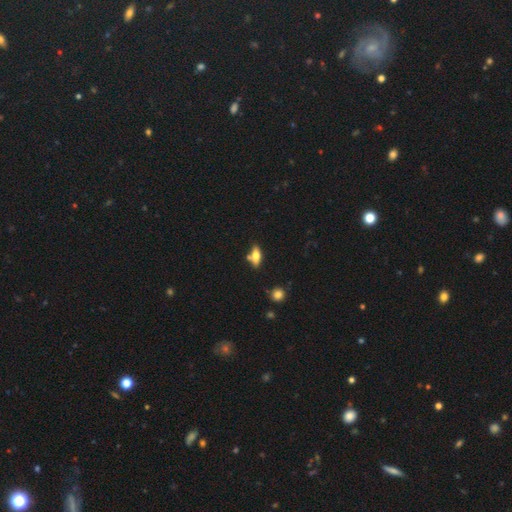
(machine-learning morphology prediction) smooth_or_featured: smooth (p=0.62) [alt: featured or disk p=0.30]
how_rounded: in between (p=0.76) [alt: cigar-shaped p=0.20]
merging: none (p=0.63) [alt: minor disturbance p=0.16]